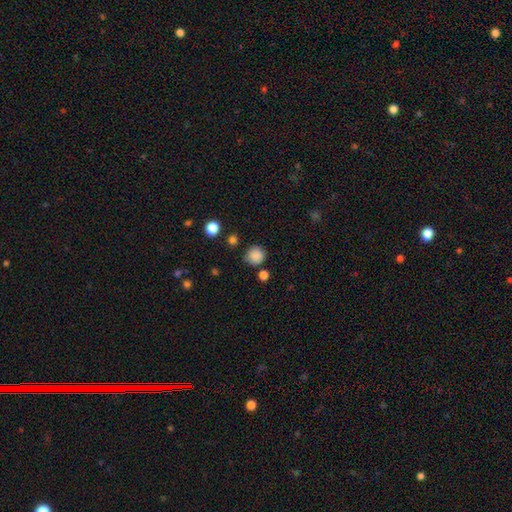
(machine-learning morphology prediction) Smooth or featured? smooth (85%)
How rounded? round (92%)
Merging? none (79%)